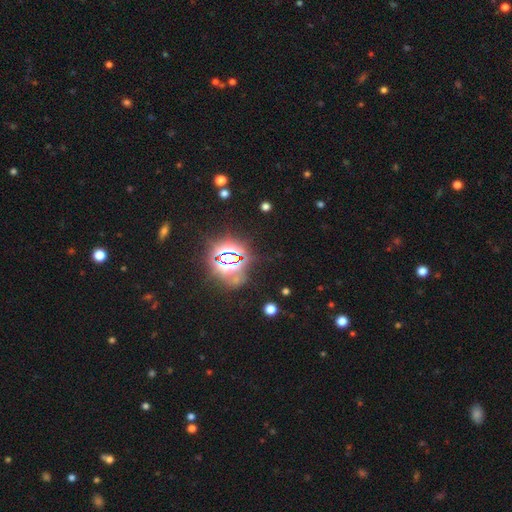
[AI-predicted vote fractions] This is clearly a star or artifact rather than a galaxy (85%).